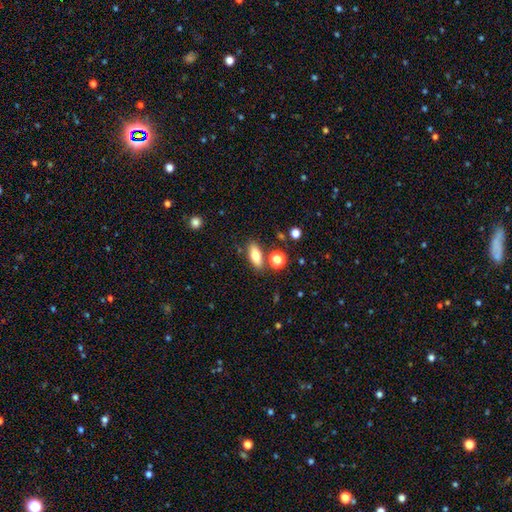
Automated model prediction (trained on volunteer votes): smooth-or-featured: smooth: 76% | featured or disk: 15% | star or artifact: 9%
  how-rounded: in between: 77% | cigar-shaped: 17% | round: 6%
  merging: none: 78% | minor disturbance: 11% | merger: 8% | major disturbance: 3%